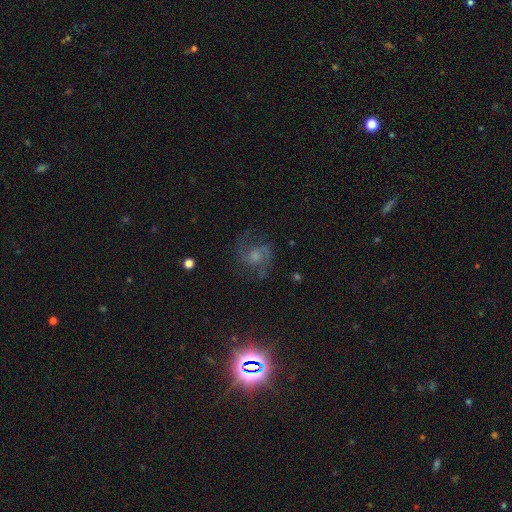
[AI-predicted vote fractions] Smooth or featured?
  - featured or disk: 78% *
  - smooth: 12%
  - star or artifact: 10%
Edge-on disk?
  - no: 98% *
  - yes: 2%
Bar?
  - no: 61% *
  - weak: 33%
  - strong: 5%
Spiral arms?
  - yes: 95% *
  - no: 5%
Spiral winding?
  - medium: 58% *
  - loose: 27%
  - tight: 15%
Spiral arm count?
  - 2: 87% *
  - can't tell: 5%
  - 3: 3%
  - 1: 3%
  - 4: 1%
  - more than 4: 1%
Bulge size?
  - moderate: 40% *
  - small: 38%
  - none: 13%
  - large: 7%
  - dominant: 2%
Merging?
  - none: 69% *
  - minor disturbance: 16%
  - major disturbance: 13%
  - merger: 2%